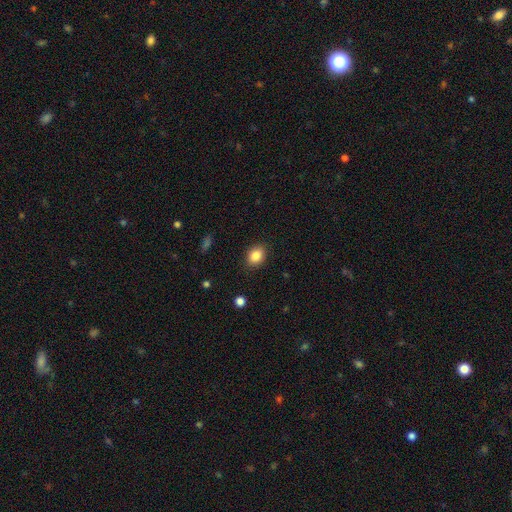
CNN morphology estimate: smooth-or-featured: smooth: 85% | star or artifact: 9% | featured or disk: 6%
  how-rounded: in between: 59% | round: 40% | cigar-shaped: 1%
  merging: none: 87% | minor disturbance: 10% | major disturbance: 3% | merger: 1%